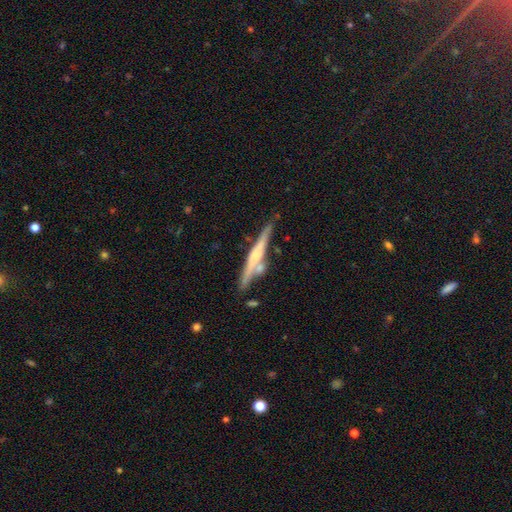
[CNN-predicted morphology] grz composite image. It shows a featured or disk galaxy (67%) viewed edge-on (96%) with a rounded central bulge (62%). Merging: none (72%).